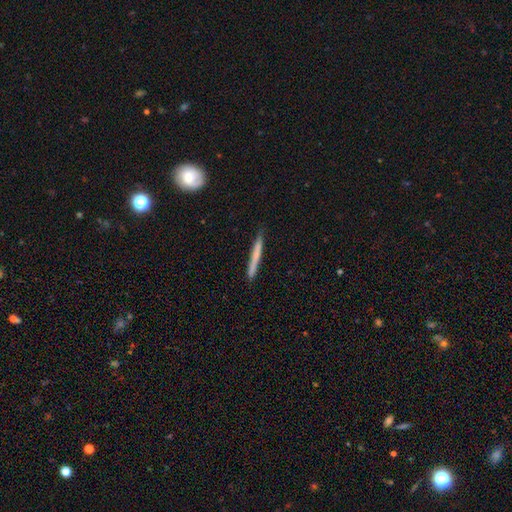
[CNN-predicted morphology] A smooth galaxy with no disk features (62%) that is cigar-shaped (97%). Merging: none (87%).